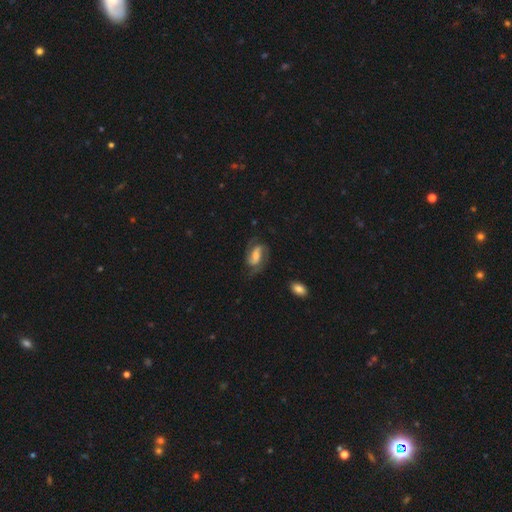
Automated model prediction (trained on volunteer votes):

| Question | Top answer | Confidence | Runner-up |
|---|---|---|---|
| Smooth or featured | featured or disk | 75% | smooth (18%) |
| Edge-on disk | no | 96% | yes (4%) |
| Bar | weak | 44% | strong (31%) |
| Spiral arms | yes | 94% | no (6%) |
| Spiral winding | medium | 50% | loose (27%) |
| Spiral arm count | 2 | 85% | can't tell (6%) |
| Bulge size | moderate | 39% | small (30%) |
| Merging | none | 67% | minor disturbance (19%) |